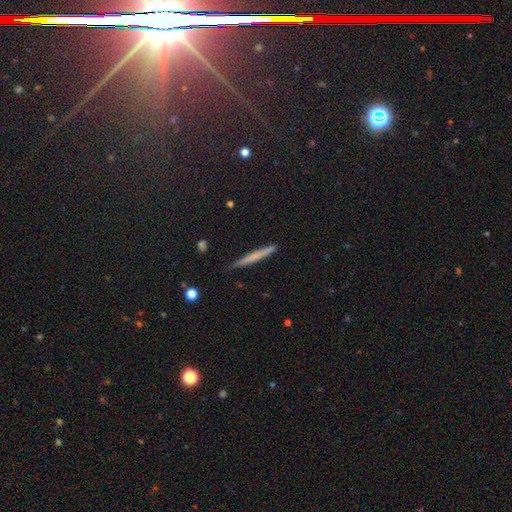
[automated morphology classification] Smooth or featured?
  - smooth: 57% *
  - featured or disk: 34%
  - star or artifact: 9%
How rounded?
  - cigar-shaped: 96% *
  - in between: 2%
  - round: 2%
Merging?
  - none: 87% *
  - minor disturbance: 10%
  - major disturbance: 2%
  - merger: 1%